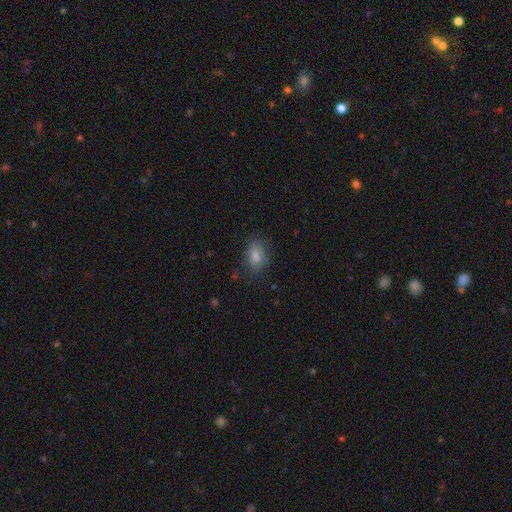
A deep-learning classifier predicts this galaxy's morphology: A smooth galaxy with no disk features (77%) that is in between round and cigar-shaped (81%).

Vote fractions:
- Smooth or featured? smooth: 77% / star or artifact: 14% / featured or disk: 9%
- How rounded? in between: 81% / round: 17% / cigar-shaped: 2%
- Merging? none: 81% / minor disturbance: 14% / major disturbance: 4% / merger: 1%